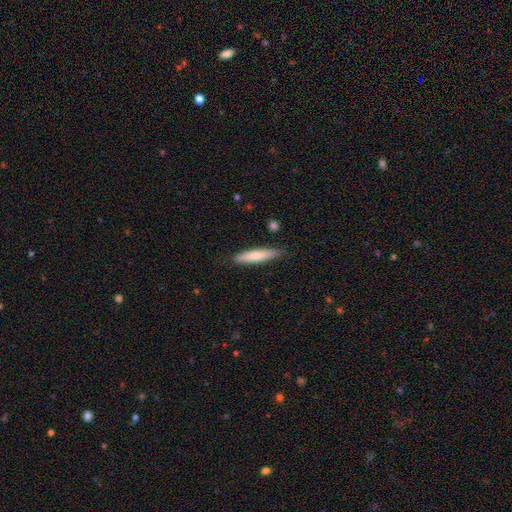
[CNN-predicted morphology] Q: Smooth or featured?
A: smooth (75%); runner-up: featured or disk (19%)
Q: How rounded?
A: cigar-shaped (83%); runner-up: in between (16%)
Q: Merging?
A: none (86%); runner-up: minor disturbance (11%)